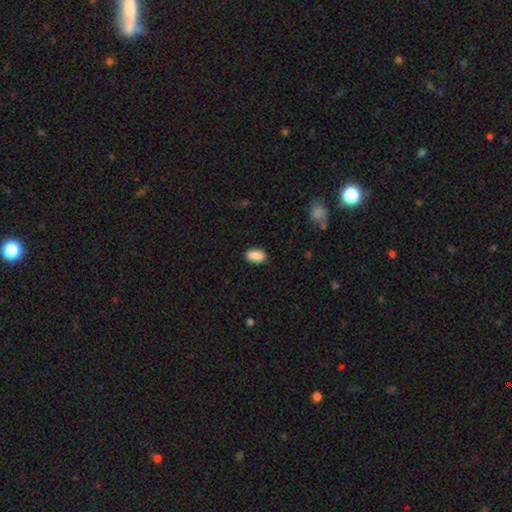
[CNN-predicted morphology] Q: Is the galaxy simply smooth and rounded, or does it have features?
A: smooth — 90%.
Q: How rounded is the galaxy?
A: in between — 93%.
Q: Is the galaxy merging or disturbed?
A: none — 87%.